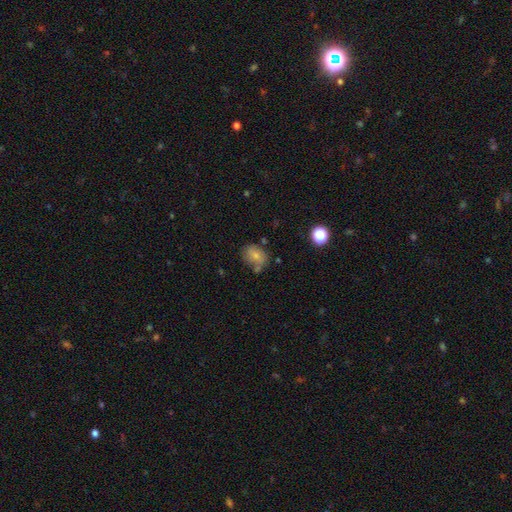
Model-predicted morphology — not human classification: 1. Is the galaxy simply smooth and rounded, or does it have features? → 70% smooth, 19% featured or disk, 11% star or artifact.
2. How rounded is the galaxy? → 66% in between, 33% round, 1% cigar-shaped.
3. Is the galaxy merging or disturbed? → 56% none, 24% minor disturbance, 11% merger, 8% major disturbance.